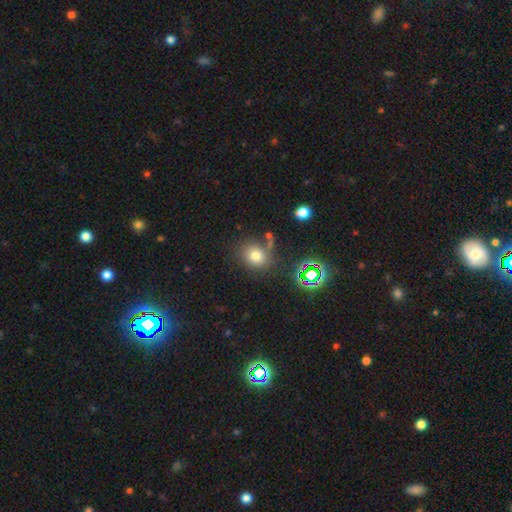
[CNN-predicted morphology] smooth 71%, star or artifact 19%, featured or disk 10%. Down the decision tree: how rounded — round (67%); merging — none (68%).